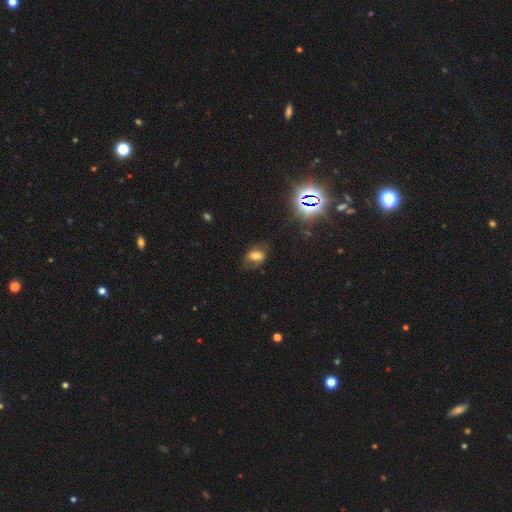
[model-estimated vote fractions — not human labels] smooth_or_featured: smooth (p=0.50) [alt: featured or disk p=0.32]
how_rounded: in between (p=0.80) [alt: round p=0.18]
merging: none (p=0.64) [alt: minor disturbance p=0.22]